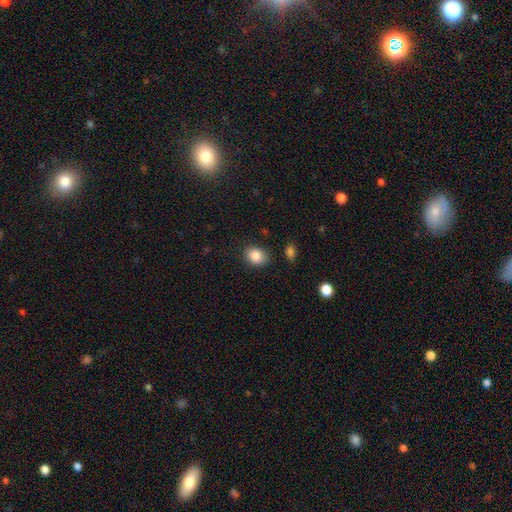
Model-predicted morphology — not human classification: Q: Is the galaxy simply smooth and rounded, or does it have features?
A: smooth — 86%.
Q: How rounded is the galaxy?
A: in between — 51%.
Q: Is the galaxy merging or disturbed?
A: none — 83%.